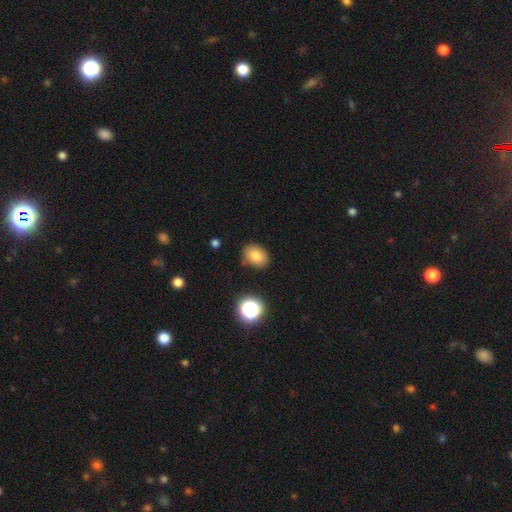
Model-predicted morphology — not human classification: A smooth galaxy with no disk features (81%) that is in between round and cigar-shaped (66%). Merging: none (84%).